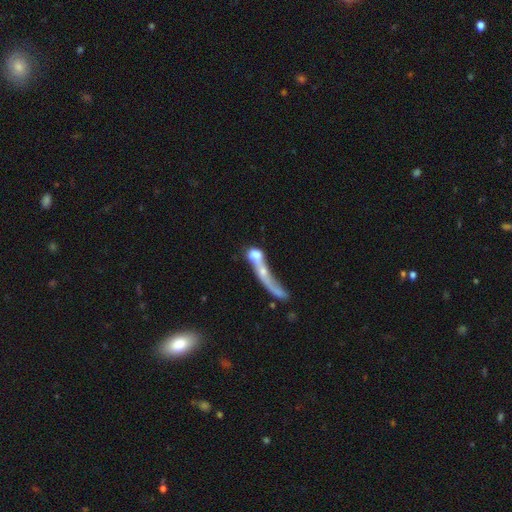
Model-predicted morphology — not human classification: The model was most divided on "how rounded": cigar-shaped: 39%, in between: 35%, round: 26%. More confident: merging — merger (59%); smooth or featured — smooth (53%).